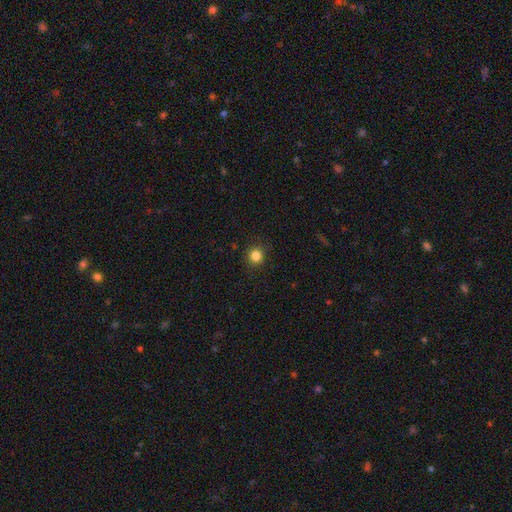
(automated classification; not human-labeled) smooth_or_featured: smooth (p=0.84) [alt: star or artifact p=0.12]
how_rounded: round (p=0.92) [alt: in between p=0.07]
merging: none (p=0.91) [alt: minor disturbance p=0.06]